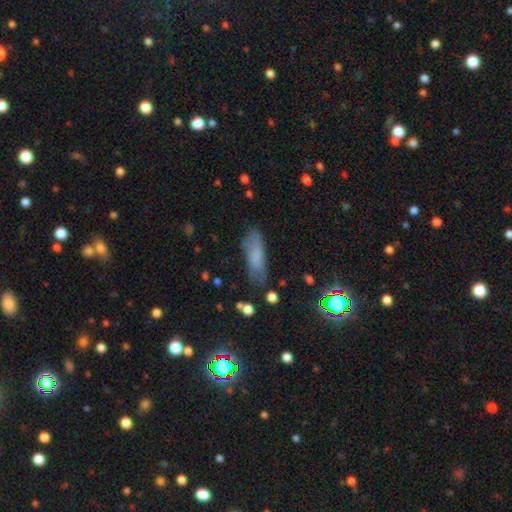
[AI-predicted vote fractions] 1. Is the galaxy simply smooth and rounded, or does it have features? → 68% smooth, 19% featured or disk, 13% star or artifact.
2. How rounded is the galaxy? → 57% in between, 40% cigar-shaped, 3% round.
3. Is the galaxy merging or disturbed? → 72% none, 20% minor disturbance, 6% major disturbance, 2% merger.